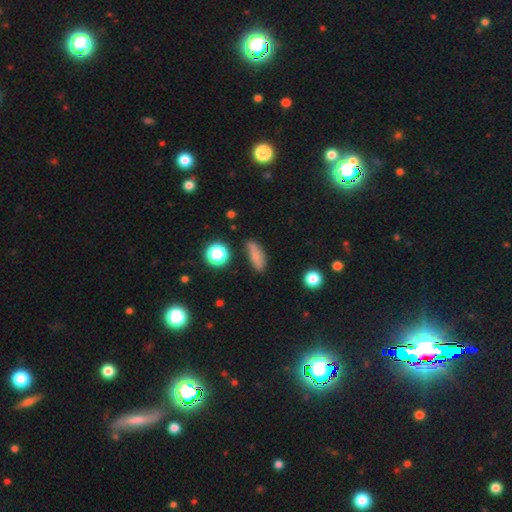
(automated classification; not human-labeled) smooth_or_featured: smooth (p=0.71) [alt: featured or disk p=0.17]
how_rounded: in between (p=0.62) [alt: cigar-shaped p=0.30]
merging: none (p=0.72) [alt: minor disturbance p=0.20]